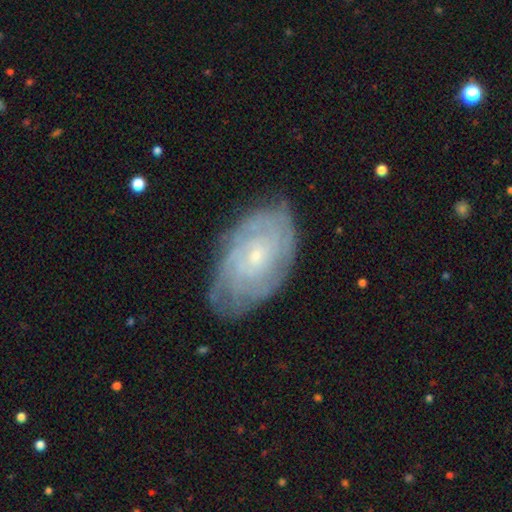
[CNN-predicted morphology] smooth_or_featured: featured or disk (p=0.77) [alt: smooth p=0.17]
disk_edge_on: no (p=0.95) [alt: yes p=0.05]
bar: no (p=0.77) [alt: weak p=0.20]
has_spiral_arms: yes (p=0.91) [alt: no p=0.09]
spiral_winding: tight (p=0.79) [alt: medium p=0.17]
spiral_arm_count: can't tell (p=0.54) [alt: 4 p=0.13]
bulge_size: small (p=0.77) [alt: moderate p=0.19]
merging: none (p=0.74) [alt: minor disturbance p=0.19]